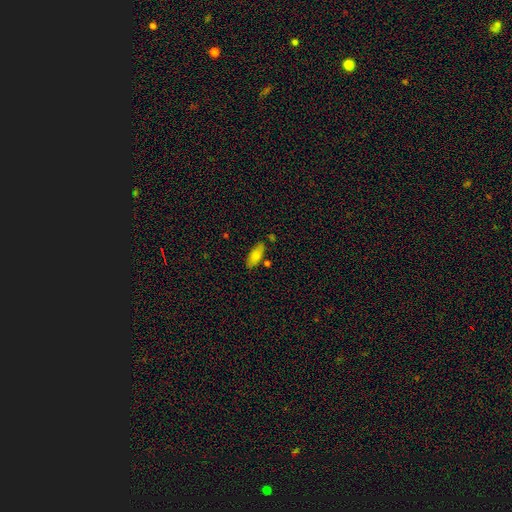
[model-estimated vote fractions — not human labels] smooth_or_featured: smooth (p=0.78) [alt: featured or disk p=0.15]
how_rounded: in between (p=0.77) [alt: cigar-shaped p=0.21]
merging: none (p=0.76) [alt: minor disturbance p=0.15]